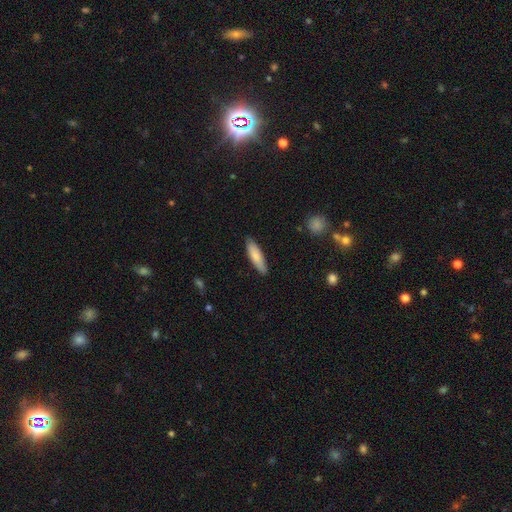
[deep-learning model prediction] smooth 81%, featured or disk 14%, star or artifact 5%. Down the decision tree: how rounded — cigar-shaped (63%); merging — none (87%).